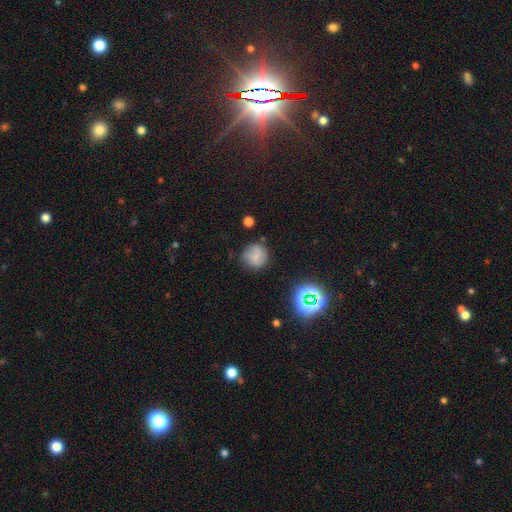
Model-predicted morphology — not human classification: smooth 64%, featured or disk 22%, star or artifact 14%. Down the decision tree: how rounded — round (90%); merging — none (73%).